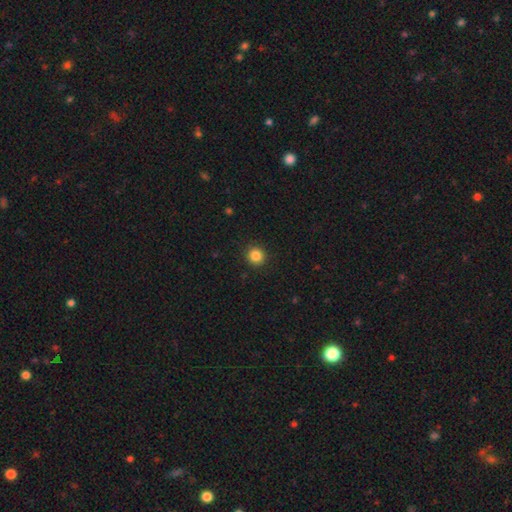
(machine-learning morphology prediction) A smooth galaxy with no disk features (86%) that is round (93%). Merging: none (92%).